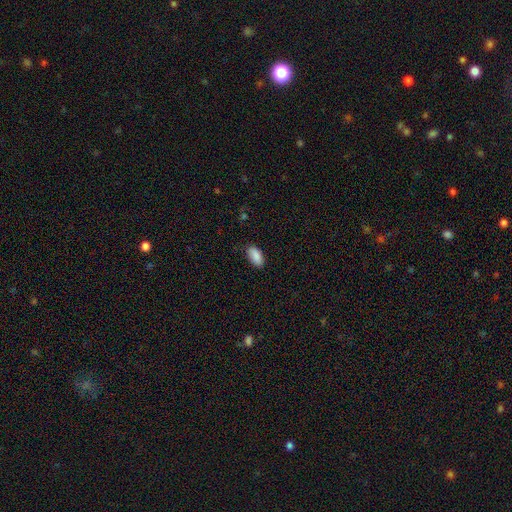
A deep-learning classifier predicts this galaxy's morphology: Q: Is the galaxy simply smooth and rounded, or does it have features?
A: smooth — 90%.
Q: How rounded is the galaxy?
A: in between — 93%.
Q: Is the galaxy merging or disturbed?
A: none — 82%.